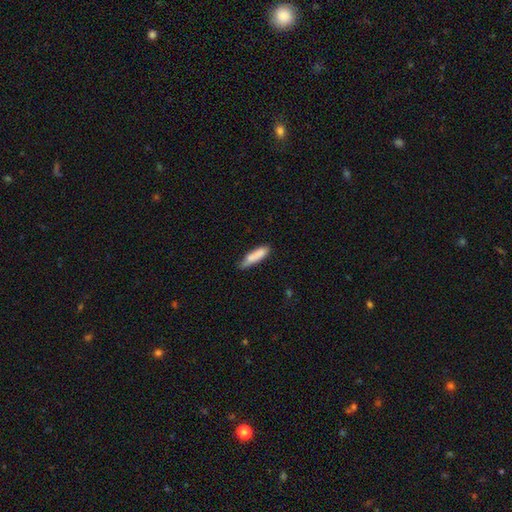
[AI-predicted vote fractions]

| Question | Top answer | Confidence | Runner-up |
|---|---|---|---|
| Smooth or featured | smooth | 83% | featured or disk (11%) |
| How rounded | cigar-shaped | 69% | in between (29%) |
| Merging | none | 59% | minor disturbance (32%) |